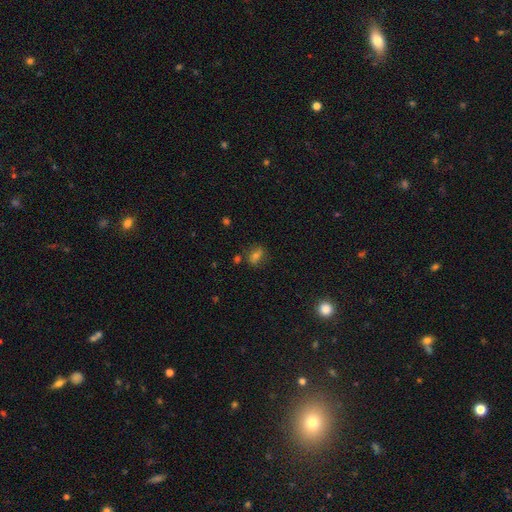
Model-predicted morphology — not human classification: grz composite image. It shows a smooth galaxy with no disk features (60%) that is in between round and cigar-shaped (63%). Merging: none (77%).